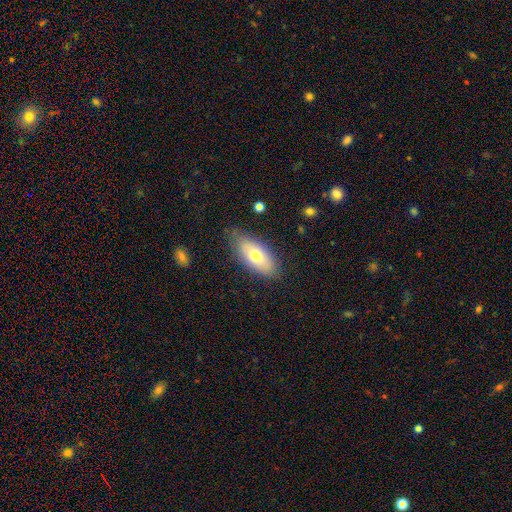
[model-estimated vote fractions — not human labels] smooth-or-featured: smooth: 69% | featured or disk: 23% | star or artifact: 7%
  how-rounded: in between: 87% | cigar-shaped: 9% | round: 3%
  merging: none: 76% | minor disturbance: 19% | major disturbance: 4% | merger: 1%